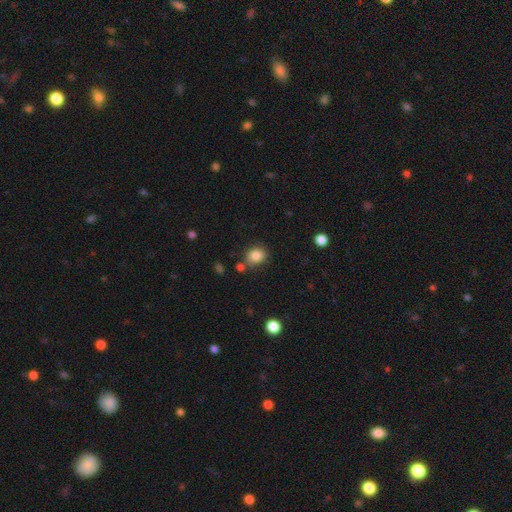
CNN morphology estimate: Smooth or featured?
  - smooth: 85% *
  - star or artifact: 10%
  - featured or disk: 6%
How rounded?
  - round: 55% *
  - in between: 44%
  - cigar-shaped: 1%
Merging?
  - none: 75% *
  - minor disturbance: 13%
  - merger: 8%
  - major disturbance: 4%